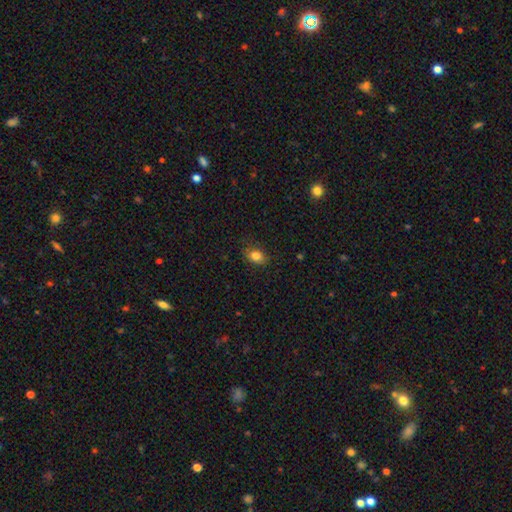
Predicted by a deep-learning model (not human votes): smooth_or_featured: smooth (p=0.83) [alt: star or artifact p=0.10]
how_rounded: in between (p=0.74) [alt: round p=0.25]
merging: none (p=0.81) [alt: minor disturbance p=0.14]